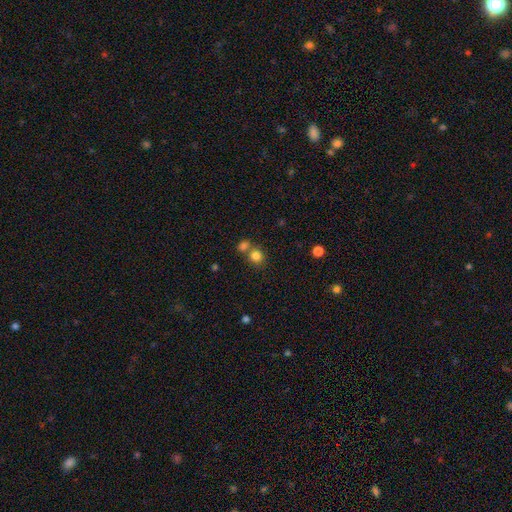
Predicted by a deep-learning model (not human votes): This is clearly a smooth galaxy (82%). How rounded: clearly round (87%). Merging: possibly none (58%).